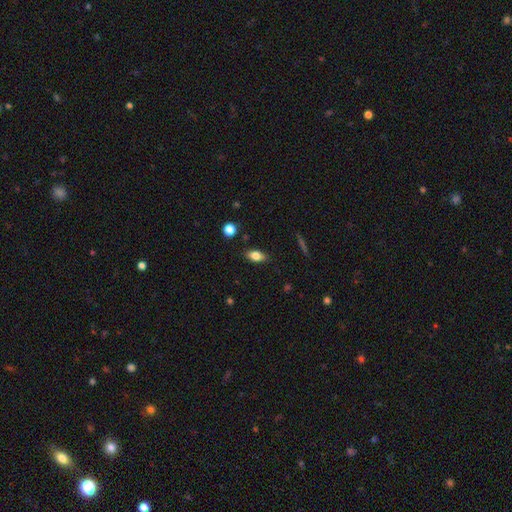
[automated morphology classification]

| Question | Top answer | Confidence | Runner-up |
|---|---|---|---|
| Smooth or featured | smooth | 78% | featured or disk (14%) |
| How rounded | in between | 85% | cigar-shaped (9%) |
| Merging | none | 86% | minor disturbance (10%) |